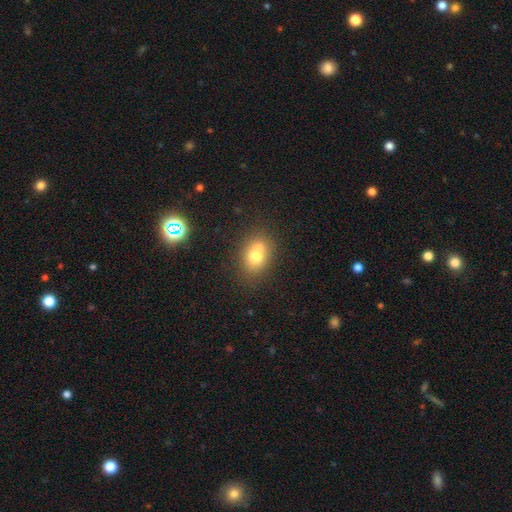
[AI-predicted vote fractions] This appears to be a smooth galaxy with no disk features (69%) that is in between round and cigar-shaped (64%). Merging: none (48%).